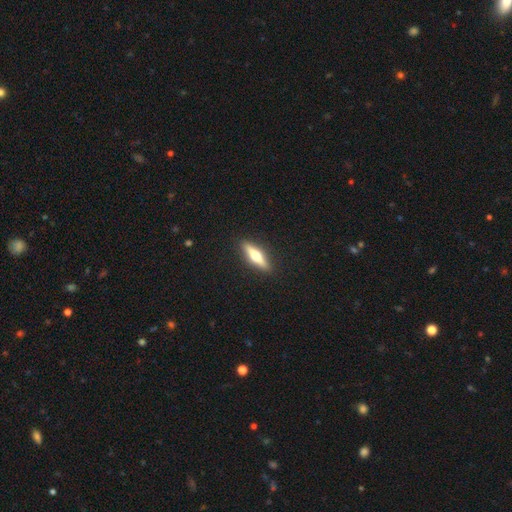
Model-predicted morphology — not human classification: Smooth or featured: featured or disk — 56% (smooth — 39%)
Edge-on disk: yes — 94% (no — 6%)
Edge-on bulge: rounded — 94% (boxy — 3%)
Merging: none — 91% (minor disturbance — 7%)